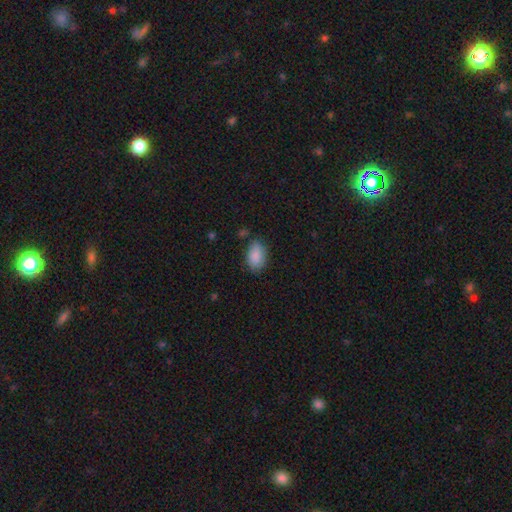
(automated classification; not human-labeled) Smooth or featured? Predicted: smooth (p=0.89). How rounded? Predicted: in between (p=0.91). Merging? Predicted: none (p=0.76).